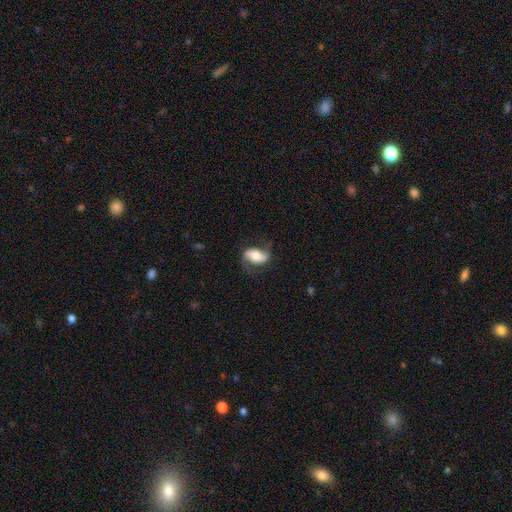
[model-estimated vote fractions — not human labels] Smooth or featured?
  - featured or disk: 66% *
  - smooth: 27%
  - star or artifact: 7%
Edge-on disk?
  - no: 95% *
  - yes: 5%
Bar?
  - no: 36% *
  - weak: 33%
  - strong: 31%
Spiral arms?
  - yes: 89% *
  - no: 11%
Spiral winding?
  - loose: 50% *
  - medium: 38%
  - tight: 12%
Spiral arm count?
  - 2: 89% *
  - 1: 4%
  - can't tell: 4%
  - 3: 1%
  - 4: 1%
  - more than 4: 1%
Bulge size?
  - moderate: 50% *
  - large: 28%
  - small: 14%
  - dominant: 5%
  - none: 3%
Merging?
  - none: 66% *
  - minor disturbance: 19%
  - major disturbance: 14%
  - merger: 1%